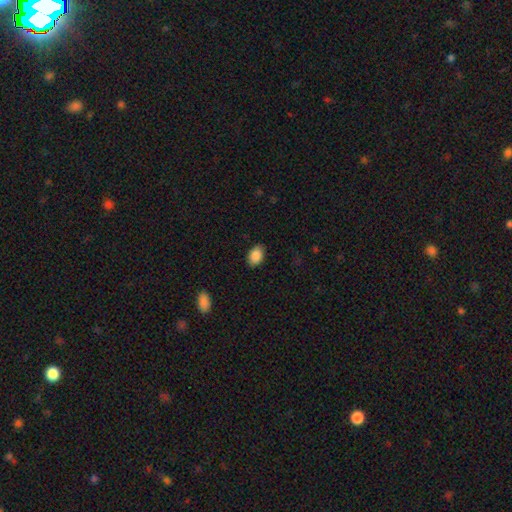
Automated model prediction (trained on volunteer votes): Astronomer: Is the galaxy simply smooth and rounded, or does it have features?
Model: smooth — 88%.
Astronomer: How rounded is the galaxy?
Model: in between — 83%.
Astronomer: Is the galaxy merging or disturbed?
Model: none — 86%.